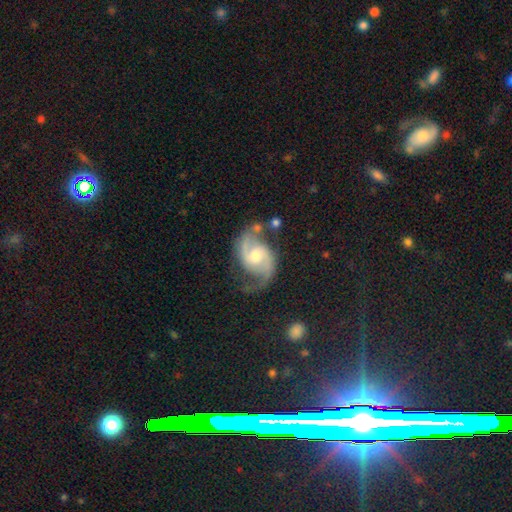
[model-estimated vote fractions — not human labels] This is clearly a featured or disk galaxy (90%). It is clearly not viewed edge-on (98%). Bar: possibly no (48%). Spiral arm pattern: clearly yes (98%). Spiral arm count: clearly 2 (93%). Spiral winding: possibly medium (56%). Central bulge: likely moderate (67%). Merging: likely none (64%).